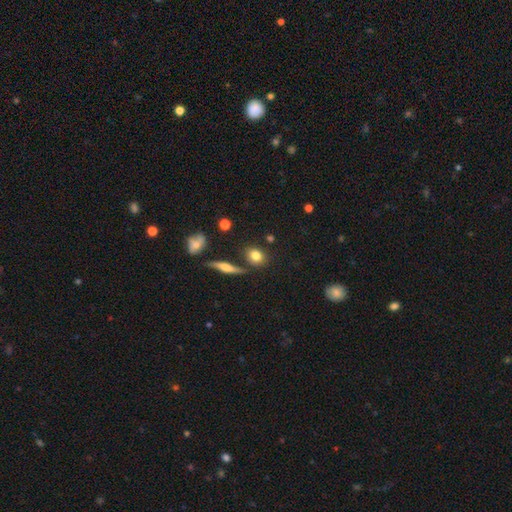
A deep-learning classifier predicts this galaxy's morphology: Smooth or featured?
  - smooth: 80% *
  - featured or disk: 11%
  - star or artifact: 9%
How rounded?
  - round: 55% *
  - in between: 41%
  - cigar-shaped: 4%
Merging?
  - none: 75% *
  - minor disturbance: 13%
  - merger: 9%
  - major disturbance: 4%